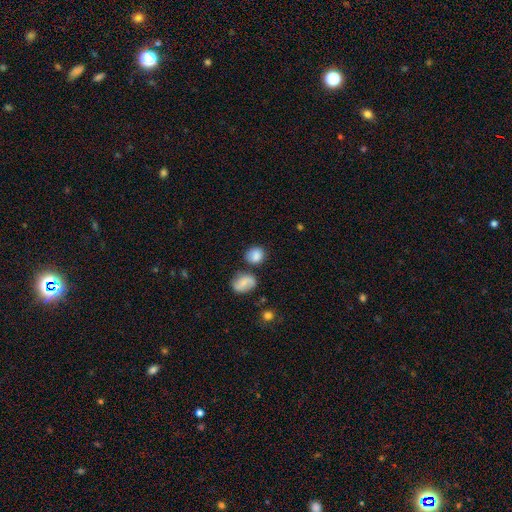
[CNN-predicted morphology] smooth-or-featured: smooth: 82% | featured or disk: 10% | star or artifact: 9%
  how-rounded: round: 71% | in between: 27% | cigar-shaped: 1%
  merging: none: 69% | minor disturbance: 14% | merger: 13% | major disturbance: 4%